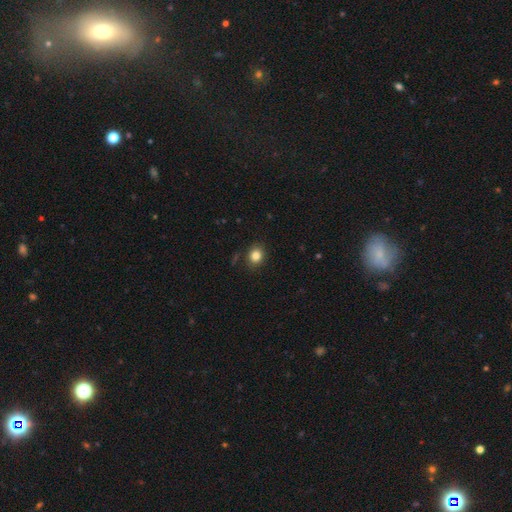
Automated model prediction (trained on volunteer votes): A smooth galaxy with no disk features (84%) that is round (67%).

Vote fractions:
- Smooth or featured? smooth: 84% / star or artifact: 11% / featured or disk: 5%
- How rounded? round: 67% / in between: 33% / cigar-shaped: 1%
- Merging? none: 85% / minor disturbance: 11% / major disturbance: 3% / merger: 2%